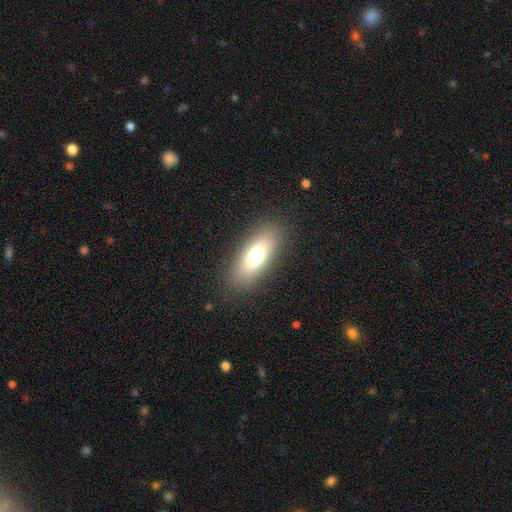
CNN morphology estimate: The model was most divided on "smooth or featured": smooth: 71%, featured or disk: 20%, star or artifact: 9%. More confident: merging — none (86%); how rounded — in between (74%).